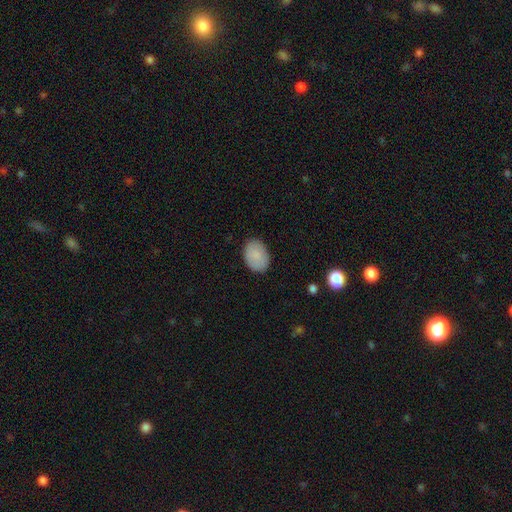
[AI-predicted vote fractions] smooth_or_featured: smooth (p=0.86) [alt: featured or disk p=0.08]
how_rounded: in between (p=0.81) [alt: round p=0.18]
merging: none (p=0.86) [alt: minor disturbance p=0.10]